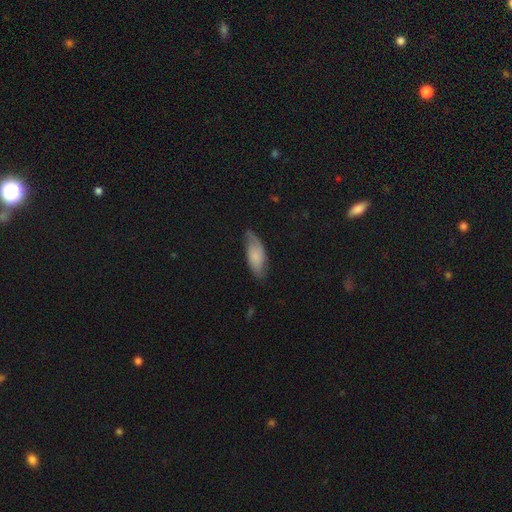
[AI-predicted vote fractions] Overall: smooth (63%; featured or disk 31%). How rounded: in between (80%). Merging: none (60%; minor disturbance 30%).